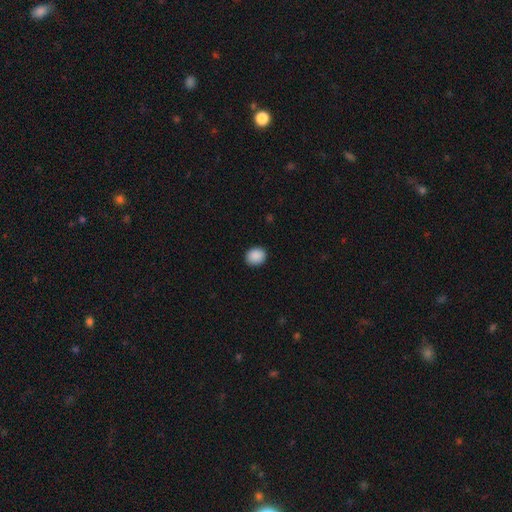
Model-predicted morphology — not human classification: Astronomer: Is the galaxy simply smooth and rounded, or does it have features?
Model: smooth — 90%.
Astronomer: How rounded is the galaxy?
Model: round — 64%.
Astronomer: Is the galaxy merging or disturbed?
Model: none — 90%.